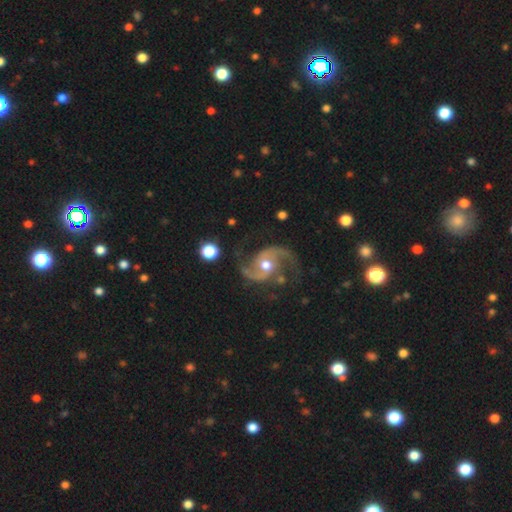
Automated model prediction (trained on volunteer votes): A featured or disk galaxy (92%) with no bar (54%), 2 (92%) medium (52%) spiral arms (98%) and a moderate central bulge (68%). Merging: none (79%).